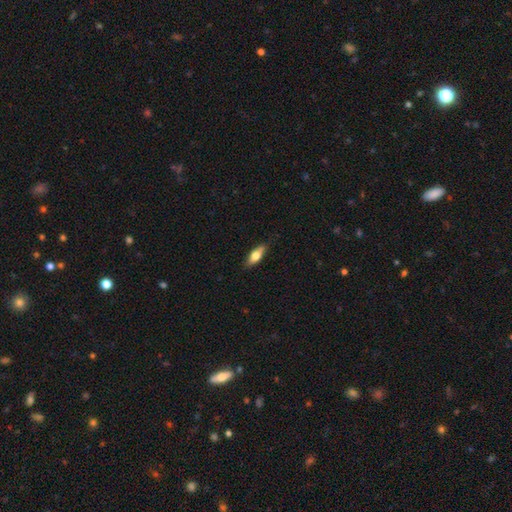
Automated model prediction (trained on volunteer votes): A smooth galaxy with no disk features (65%) that is in between round and cigar-shaped (64%). Merging: none (85%).